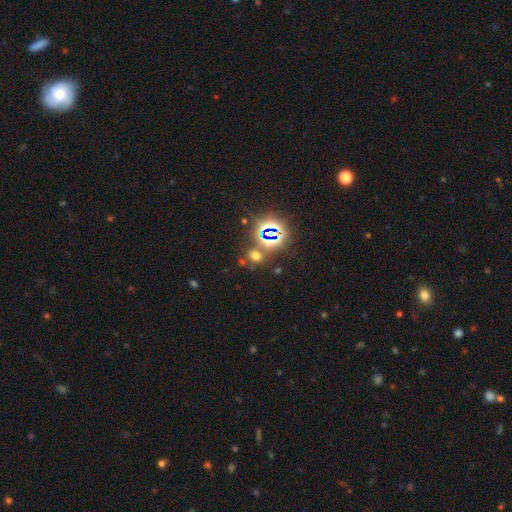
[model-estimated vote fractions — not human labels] star or artifact 47%, smooth 45%, featured or disk 8%.